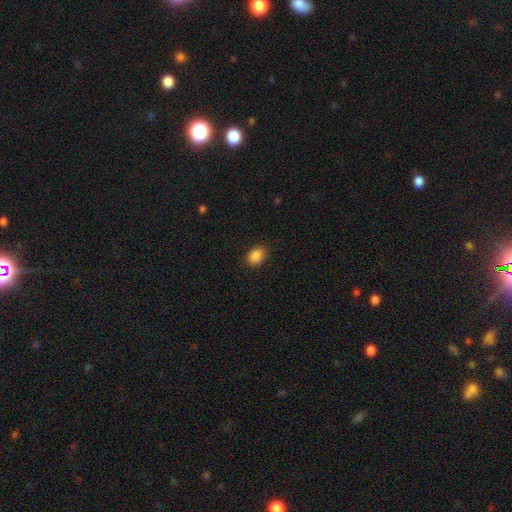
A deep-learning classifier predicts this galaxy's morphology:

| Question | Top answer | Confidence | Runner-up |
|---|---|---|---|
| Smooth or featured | smooth | 88% | star or artifact (8%) |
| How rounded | in between | 77% | round (22%) |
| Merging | none | 86% | minor disturbance (10%) |